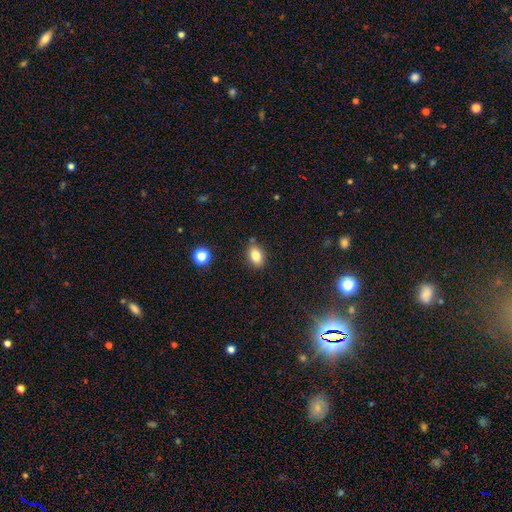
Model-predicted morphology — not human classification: A smooth galaxy with no disk features (83%) that is in between round and cigar-shaped (84%).

Vote fractions:
- Smooth or featured? smooth: 83% / star or artifact: 9% / featured or disk: 7%
- How rounded? in between: 84% / round: 14% / cigar-shaped: 2%
- Merging? none: 80% / minor disturbance: 13% / merger: 5% / major disturbance: 3%